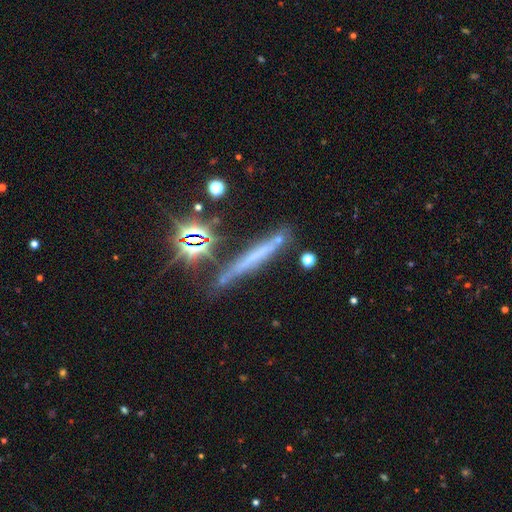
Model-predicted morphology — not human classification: type=featured or disk (40%); merging=none (71%).